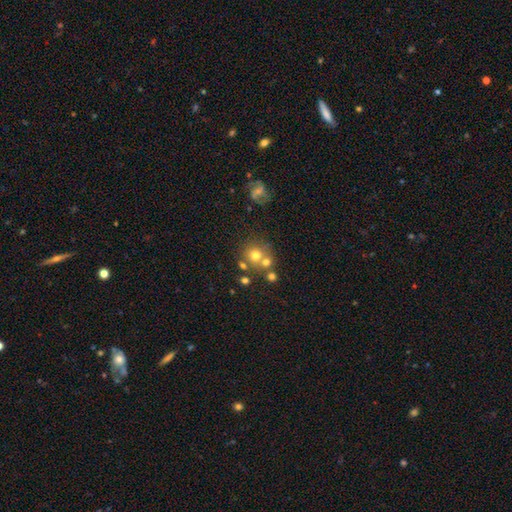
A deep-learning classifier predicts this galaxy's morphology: Overall: smooth (67%). How rounded: round (86%). Merging: none (56%; merger 29%).